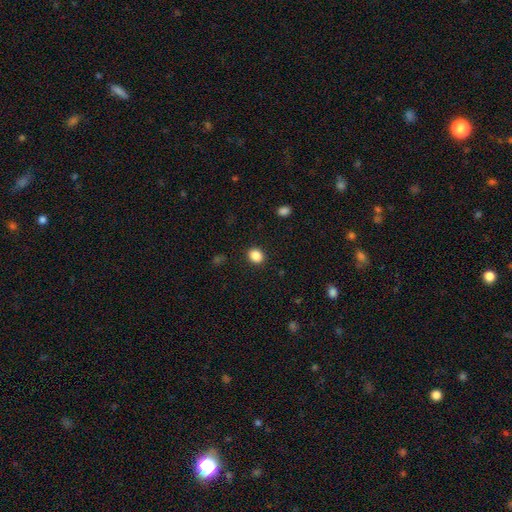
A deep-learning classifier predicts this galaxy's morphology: Q: Smooth or featured?
A: smooth (86%); runner-up: star or artifact (10%)
Q: How rounded?
A: round (65%); runner-up: in between (34%)
Q: Merging?
A: none (90%); runner-up: minor disturbance (7%)